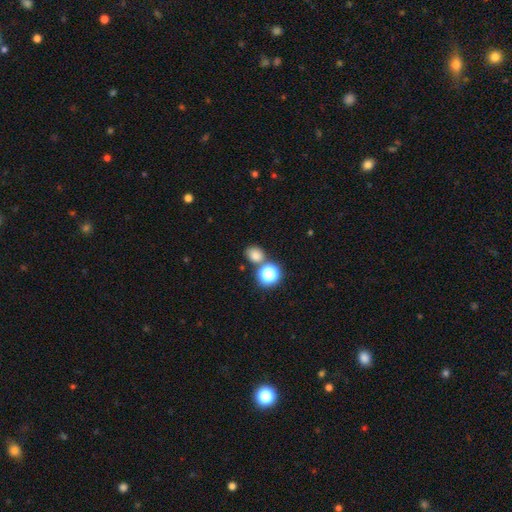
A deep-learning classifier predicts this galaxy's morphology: A smooth galaxy with no disk features (74%) that is round (63%). Merging: none (69%).